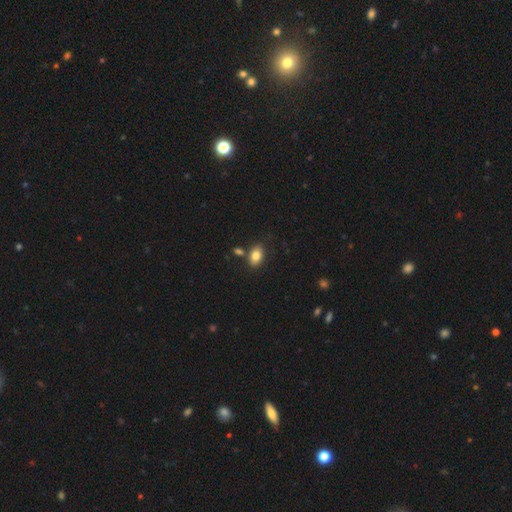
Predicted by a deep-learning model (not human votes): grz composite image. It shows a smooth galaxy with no disk features (83%) that is in between round and cigar-shaped (86%). Merging: none (74%).